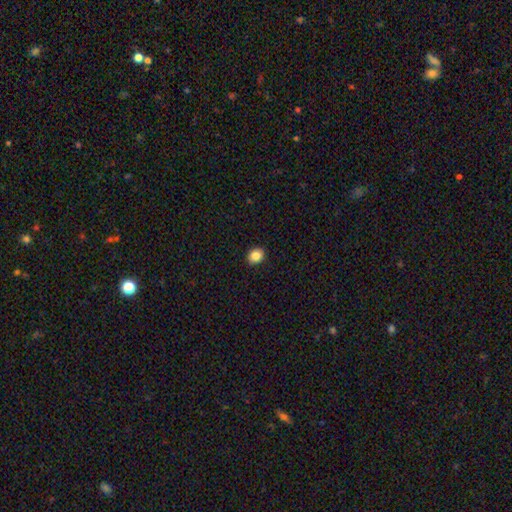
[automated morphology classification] smooth-or-featured: smooth: 86% | star or artifact: 10% | featured or disk: 5%
  how-rounded: round: 56% | in between: 43% | cigar-shaped: 1%
  merging: none: 90% | minor disturbance: 7% | major disturbance: 2% | merger: 1%